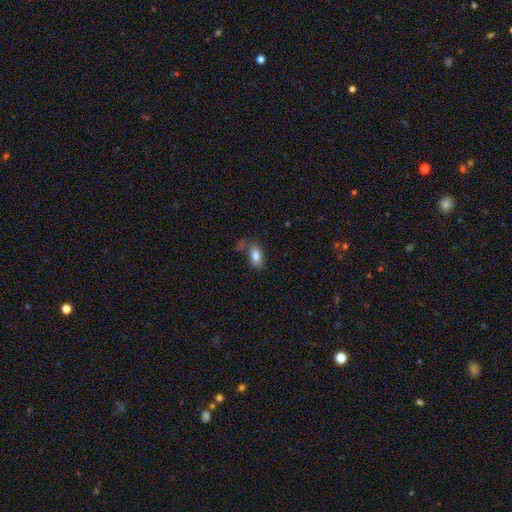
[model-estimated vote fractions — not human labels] This appears to be a smooth galaxy with no disk features (82%) that is in between round and cigar-shaped (90%). Merging: none (58%).